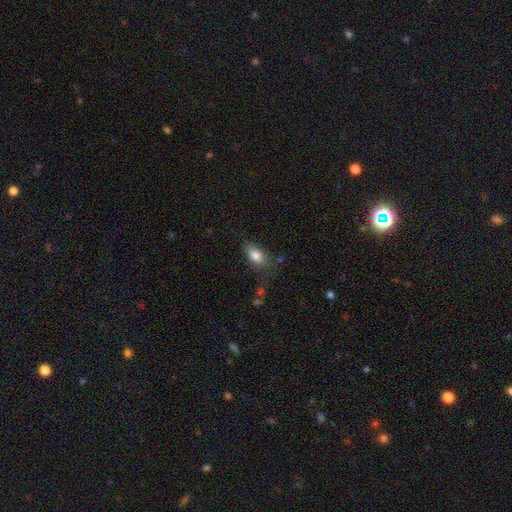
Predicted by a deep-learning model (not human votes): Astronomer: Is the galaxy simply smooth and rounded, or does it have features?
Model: smooth — 82%.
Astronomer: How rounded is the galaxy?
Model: in between — 88%.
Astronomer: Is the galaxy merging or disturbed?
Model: none — 65%.